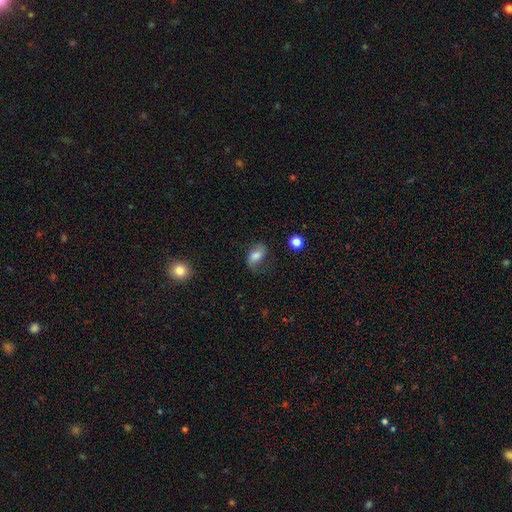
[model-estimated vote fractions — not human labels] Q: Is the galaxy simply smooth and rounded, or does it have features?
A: smooth — 63%.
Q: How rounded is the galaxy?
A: in between — 83%.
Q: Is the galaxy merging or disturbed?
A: none — 55%.